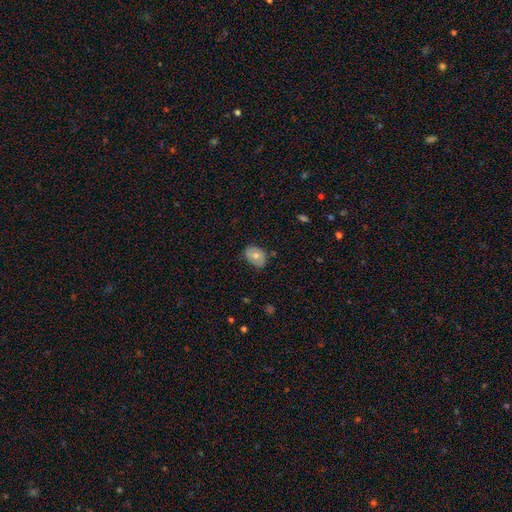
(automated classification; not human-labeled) Morphology: type=smooth (66%); roundness=in between (77%); merging=none (72%).